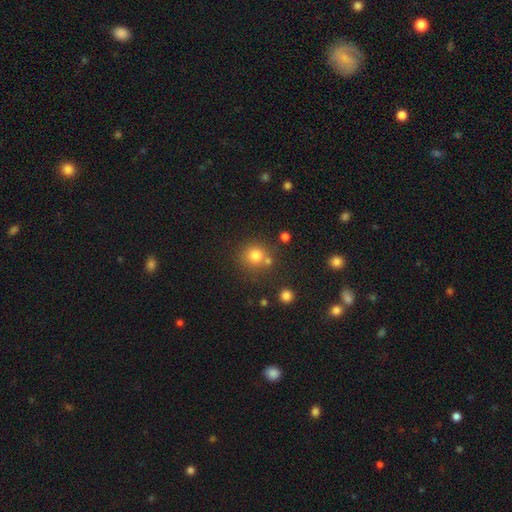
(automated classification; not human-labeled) smooth 78%, star or artifact 14%, featured or disk 8%. Down the decision tree: how rounded — round (91%); merging — none (70%).